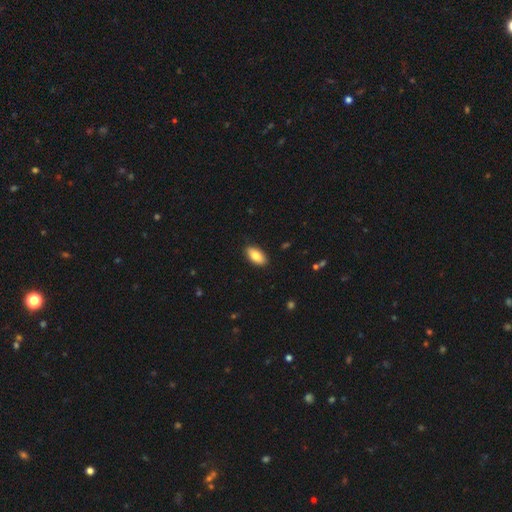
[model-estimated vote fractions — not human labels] This appears to be a smooth galaxy with no disk features (84%) that is in between round and cigar-shaped (93%). Merging: none (89%).